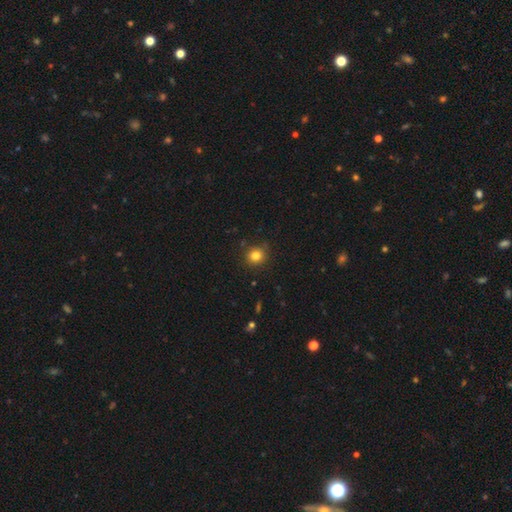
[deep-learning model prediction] smooth_or_featured: smooth (p=0.82) [alt: star or artifact p=0.13]
how_rounded: round (p=0.88) [alt: in between p=0.11]
merging: none (p=0.86) [alt: minor disturbance p=0.10]